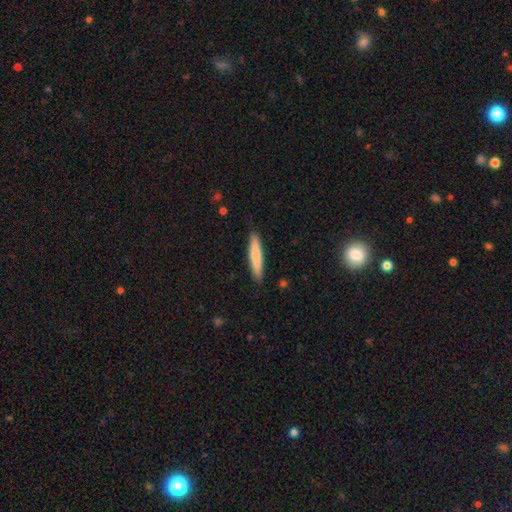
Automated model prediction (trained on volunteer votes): Overall: smooth (77%). How rounded: cigar-shaped (91%). Merging: none (90%).